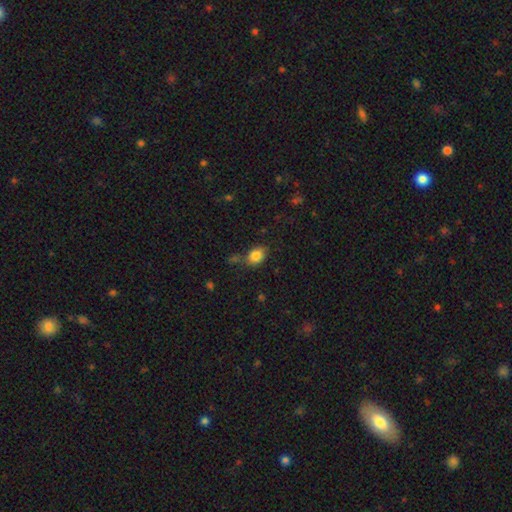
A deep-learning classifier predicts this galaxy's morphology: Smooth or featured?
  - smooth: 85% *
  - star or artifact: 9%
  - featured or disk: 6%
How rounded?
  - in between: 70% *
  - round: 29%
  - cigar-shaped: 1%
Merging?
  - none: 71% *
  - minor disturbance: 17%
  - merger: 8%
  - major disturbance: 5%